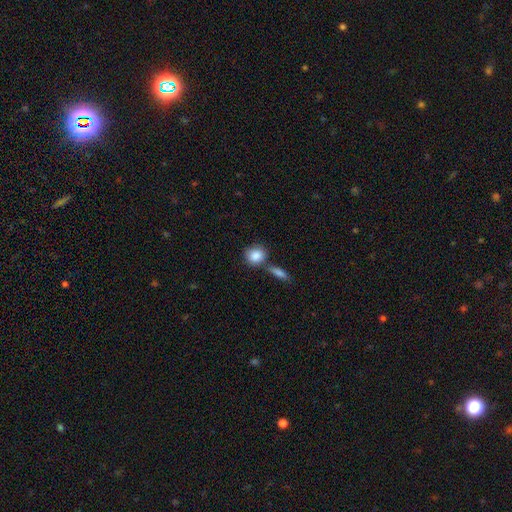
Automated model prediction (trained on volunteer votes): Smooth or featured? Predicted: smooth (p=0.86). How rounded? Predicted: round (p=0.71). Merging? Predicted: none (p=0.59).